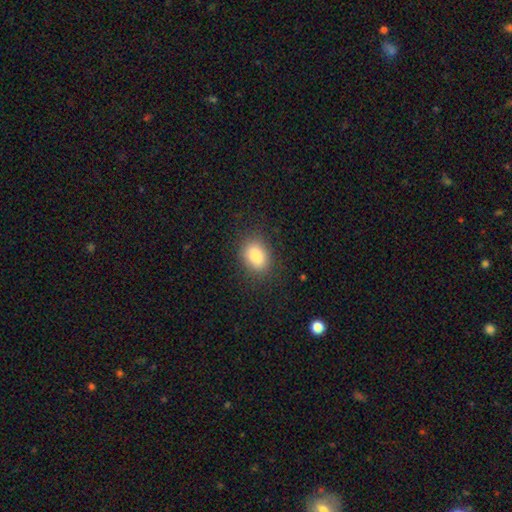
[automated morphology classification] smooth-or-featured: smooth: 85% | star or artifact: 9% | featured or disk: 6%
  how-rounded: in between: 73% | round: 25% | cigar-shaped: 1%
  merging: none: 85% | minor disturbance: 11% | major disturbance: 3% | merger: 1%